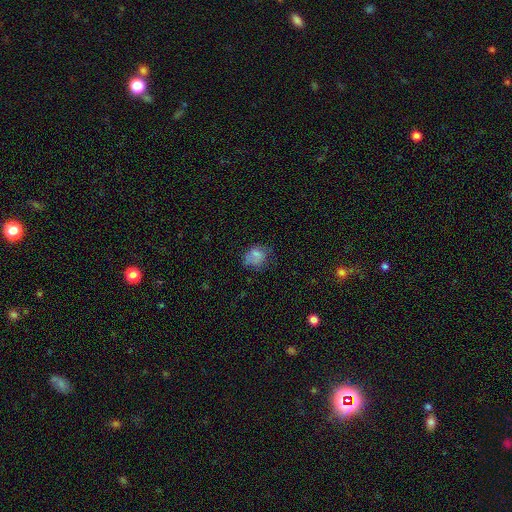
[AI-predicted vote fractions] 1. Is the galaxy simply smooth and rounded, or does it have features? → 69% smooth, 18% featured or disk, 12% star or artifact.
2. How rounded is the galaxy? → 50% round, 49% in between, 1% cigar-shaped.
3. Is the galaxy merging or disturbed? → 47% none, 29% minor disturbance, 19% major disturbance, 5% merger.